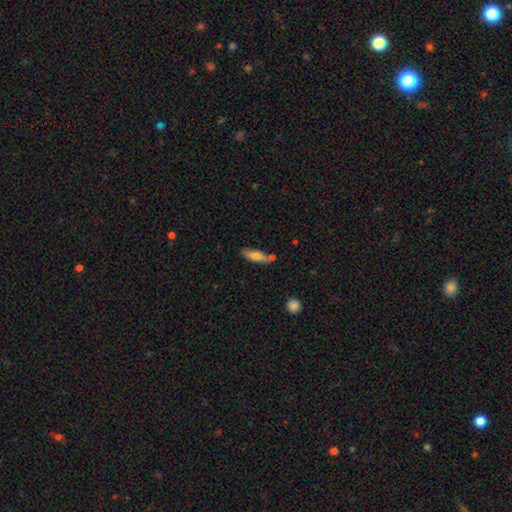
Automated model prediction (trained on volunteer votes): Overall: smooth (69%). How rounded: cigar-shaped (54%; in between 44%). Merging: none (69%).